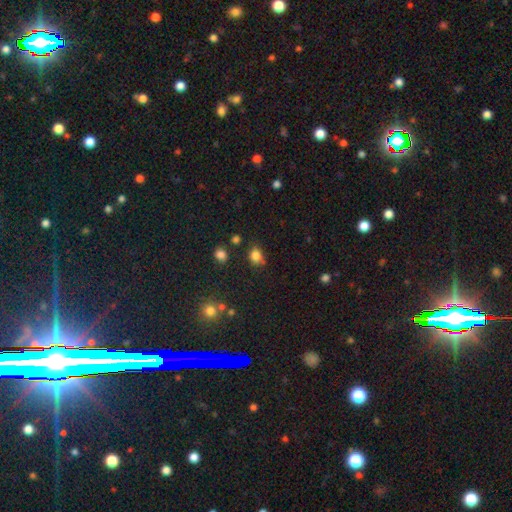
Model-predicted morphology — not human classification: smooth_or_featured: smooth (p=0.80) [alt: star or artifact p=0.13]
how_rounded: round (p=0.52) [alt: in between p=0.47]
merging: none (p=0.65) [alt: minor disturbance p=0.23]